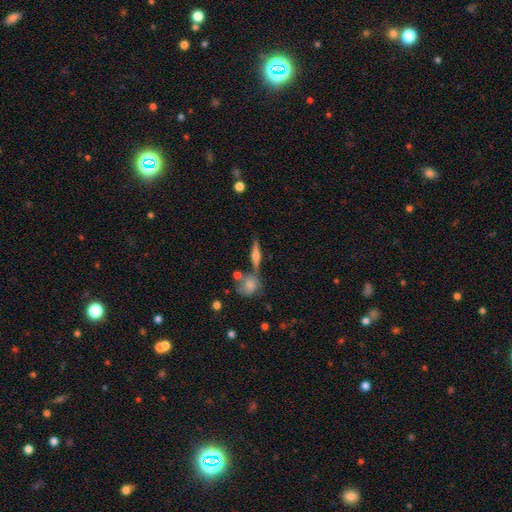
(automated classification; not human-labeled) A featured or disk galaxy (62%) viewed edge-on (95%) with a rounded central bulge (85%). Merging: none (71%).